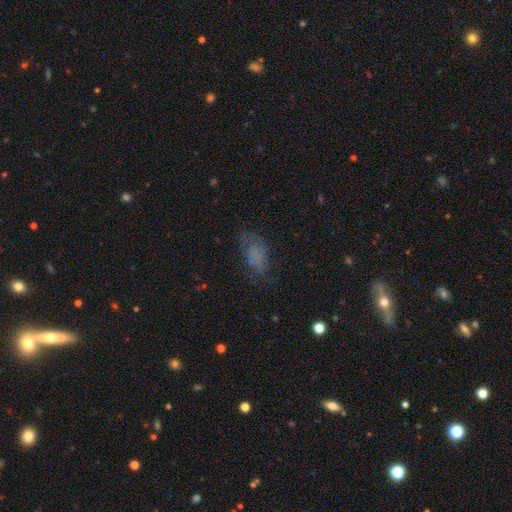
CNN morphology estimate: This appears to be a smooth galaxy with no disk features (57%) that is in between round and cigar-shaped (88%). Merging: none (51%).